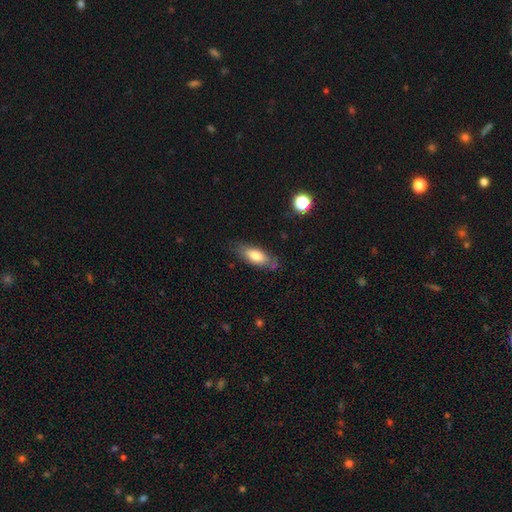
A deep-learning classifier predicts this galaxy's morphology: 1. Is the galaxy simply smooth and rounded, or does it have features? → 76% smooth, 17% featured or disk, 7% star or artifact.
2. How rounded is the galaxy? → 74% in between, 23% cigar-shaped, 2% round.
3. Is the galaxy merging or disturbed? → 76% none, 17% minor disturbance, 4% major disturbance, 3% merger.